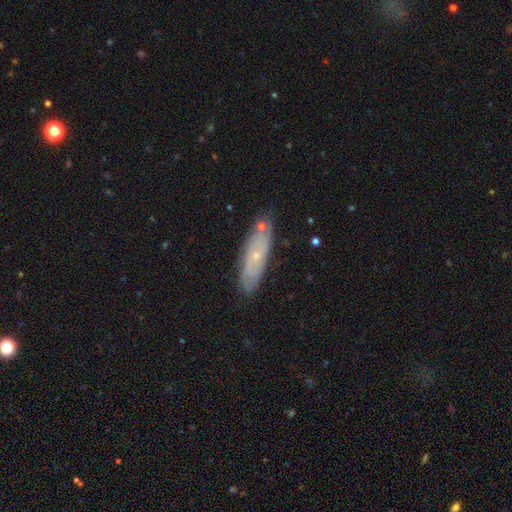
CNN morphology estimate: Smooth or featured: featured or disk — 58% (smooth — 34%)
Edge-on disk: no — 73% (yes — 27%)
Merging: none — 77% (minor disturbance — 16%)